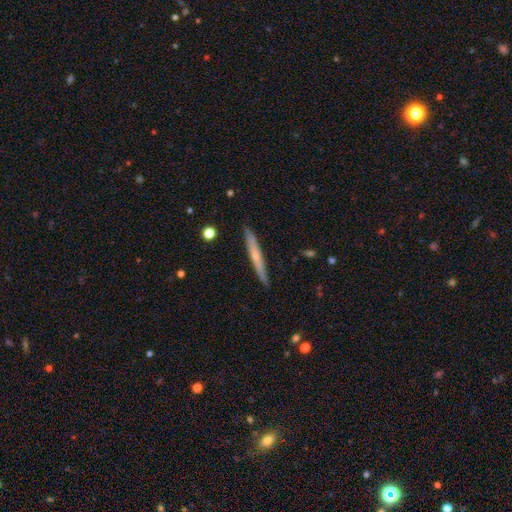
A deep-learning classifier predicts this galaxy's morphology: A featured or disk galaxy (49%).

Vote fractions:
- Smooth or featured? featured or disk: 49% / smooth: 45% / star or artifact: 6%
- Merging? none: 90% / minor disturbance: 7% / major disturbance: 1% / merger: 1%